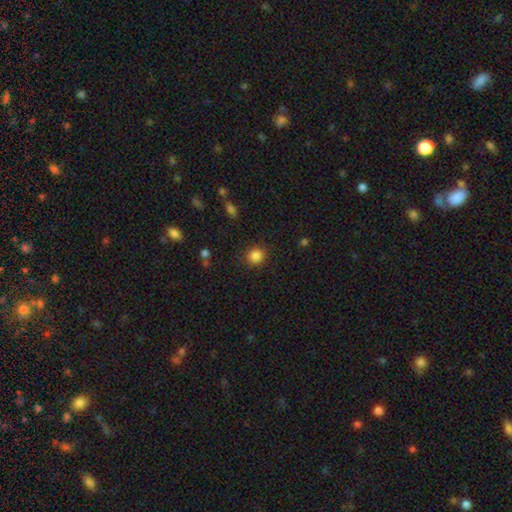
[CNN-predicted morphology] This is clearly a smooth galaxy (85%). How rounded: clearly round (87%). Merging: clearly none (88%).